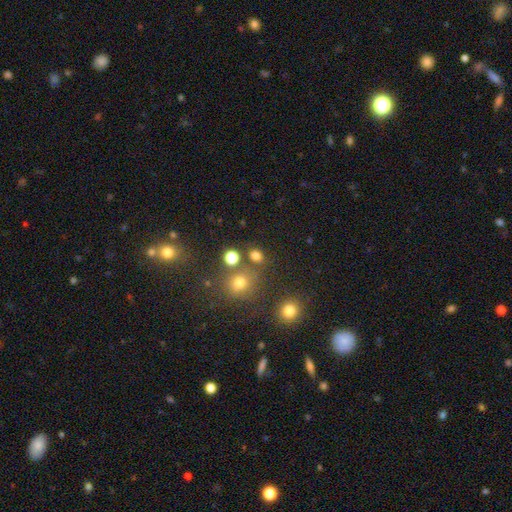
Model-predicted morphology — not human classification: Q: Smooth or featured?
A: smooth (74%); runner-up: star or artifact (20%)
Q: How rounded?
A: round (55%); runner-up: in between (44%)
Q: Merging?
A: none (74%); runner-up: merger (11%)